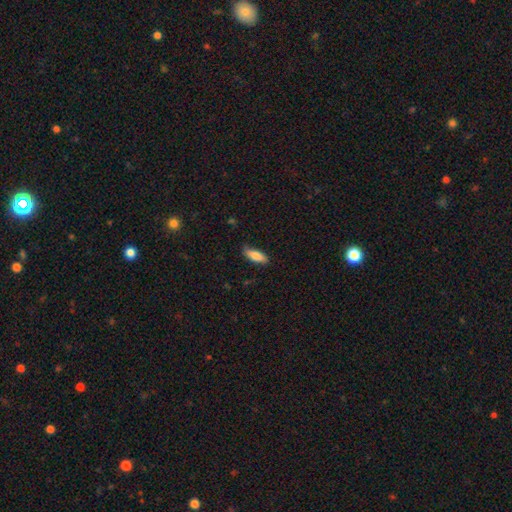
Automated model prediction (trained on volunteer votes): This is clearly a smooth galaxy (83%). How rounded: likely in between (68%). Merging: clearly none (81%).